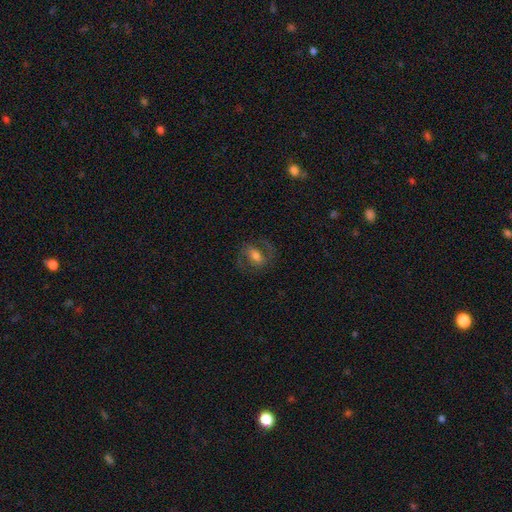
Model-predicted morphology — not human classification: type=featured or disk (65%); edge-on=no (96%); bar=weak (42%); spiral arms=yes (87%); winding=medium (56%); arm count=2 (89%); bulge=moderate (52%); merging=none (73%).